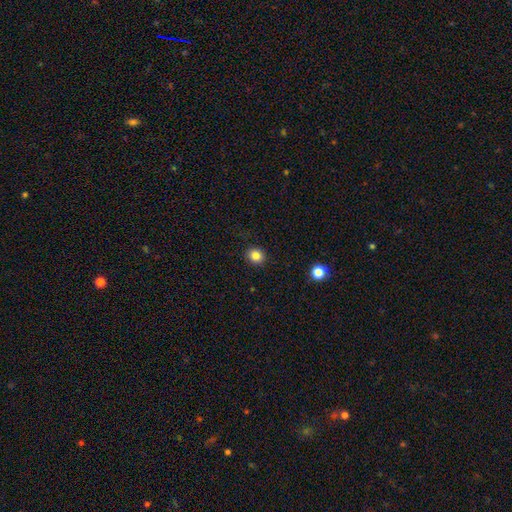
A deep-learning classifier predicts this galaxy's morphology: Smooth or featured? Predicted: smooth (p=0.84). How rounded? Predicted: round (p=0.79). Merging? Predicted: none (p=0.91).